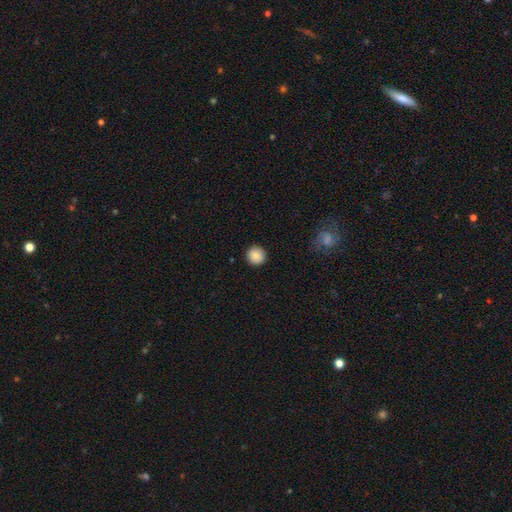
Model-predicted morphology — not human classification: Smooth or featured? Predicted: smooth (p=0.87). How rounded? Predicted: round (p=0.95). Merging? Predicted: none (p=0.92).